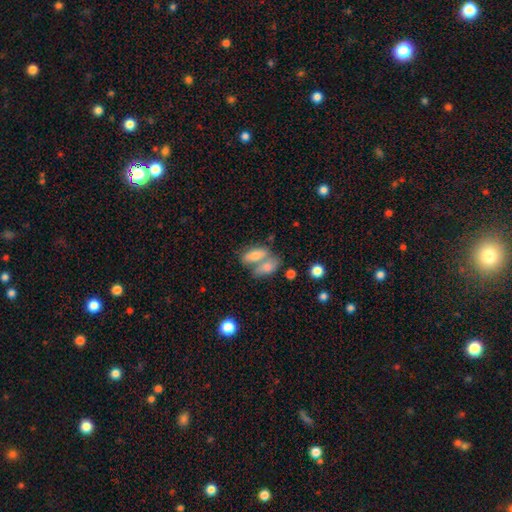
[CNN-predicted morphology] Smooth or featured? Predicted: smooth (p=0.72). How rounded? Predicted: in between (p=0.78). Merging? Predicted: merger (p=0.57).